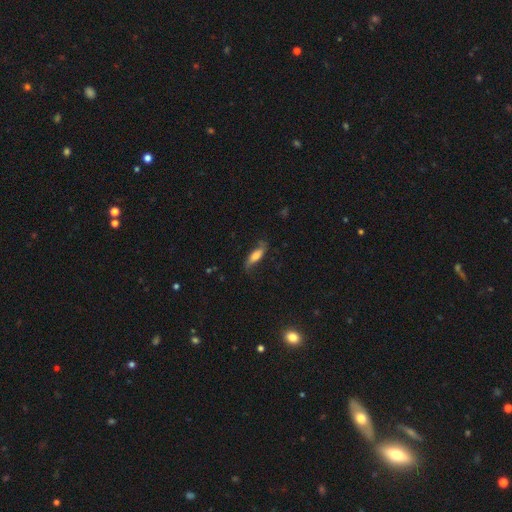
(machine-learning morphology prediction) Smooth or featured? Predicted: smooth (p=0.53). How rounded? Predicted: in between (p=0.56). Merging? Predicted: none (p=0.64).